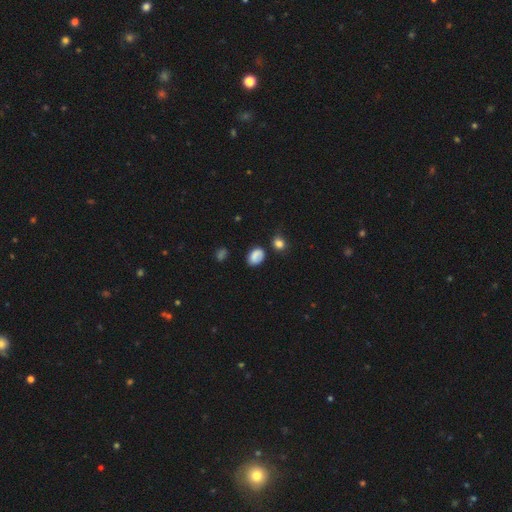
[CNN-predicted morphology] A smooth galaxy with no disk features (78%) that is in between round and cigar-shaped (76%). Merging: none (66%).